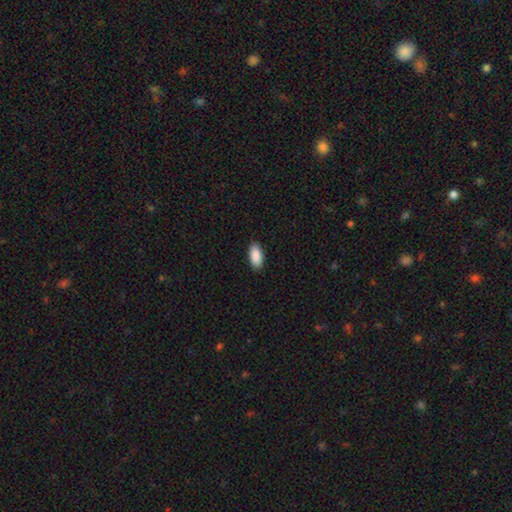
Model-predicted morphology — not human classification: Smooth or featured?
  - smooth: 91% *
  - star or artifact: 6%
  - featured or disk: 4%
How rounded?
  - in between: 91% *
  - cigar-shaped: 8%
  - round: 2%
Merging?
  - none: 90% *
  - minor disturbance: 8%
  - major disturbance: 2%
  - merger: 1%